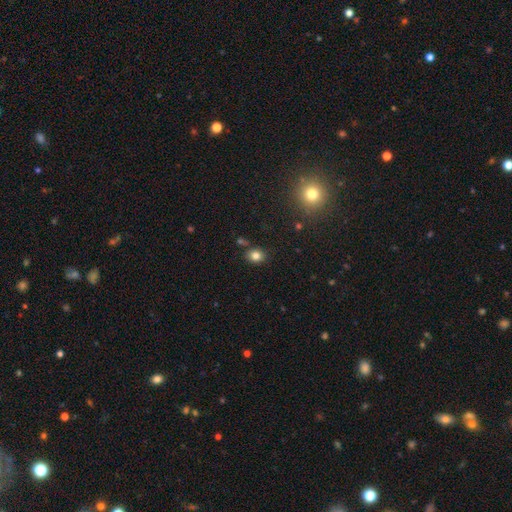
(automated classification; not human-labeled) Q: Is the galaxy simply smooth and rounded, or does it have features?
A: smooth — 81%.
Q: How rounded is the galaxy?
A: round — 58%.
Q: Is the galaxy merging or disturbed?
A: none — 79%.